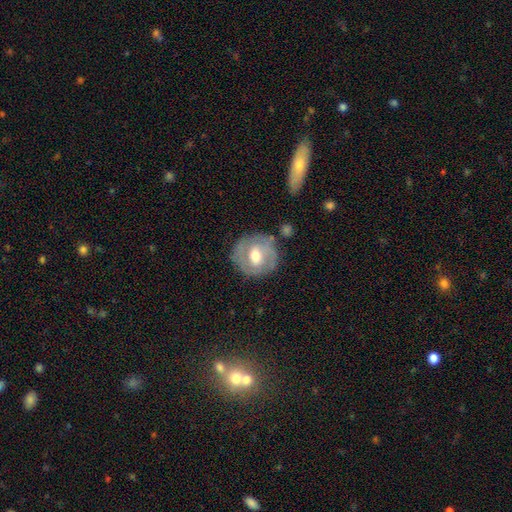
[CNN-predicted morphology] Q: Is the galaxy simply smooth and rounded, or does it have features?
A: featured or disk — 55%.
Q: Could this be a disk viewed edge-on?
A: no — 95%.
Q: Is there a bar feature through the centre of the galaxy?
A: weak — 45%.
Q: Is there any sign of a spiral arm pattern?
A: no — 50%, tied with yes.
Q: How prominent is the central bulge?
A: moderate — 74%.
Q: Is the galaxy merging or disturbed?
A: none — 76%.